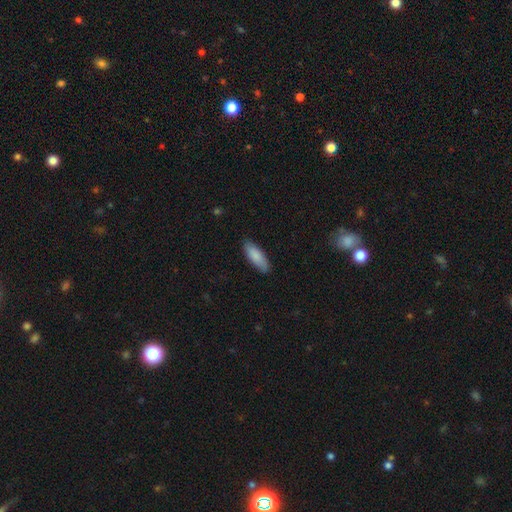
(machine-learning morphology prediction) type=smooth (86%); roundness=in between (67%); merging=none (86%).